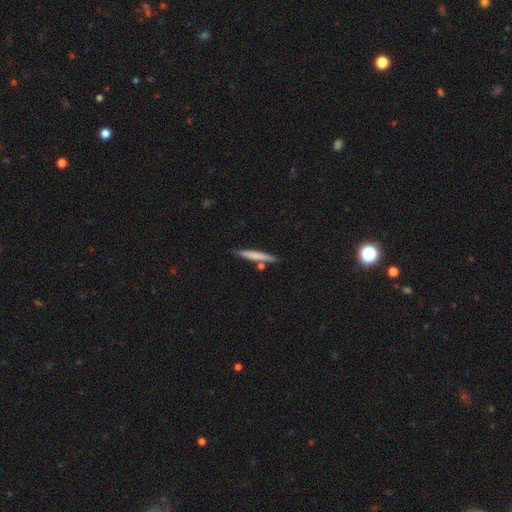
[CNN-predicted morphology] smooth 67%, featured or disk 27%, star or artifact 5%. Down the decision tree: how rounded — cigar-shaped (94%); merging — none (77%).